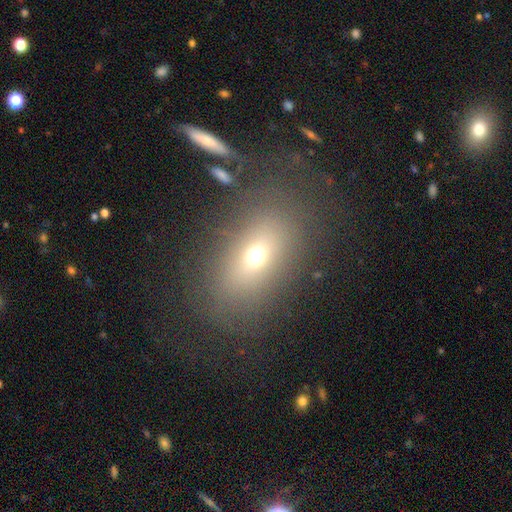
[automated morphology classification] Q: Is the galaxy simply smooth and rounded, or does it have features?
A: smooth — 63%.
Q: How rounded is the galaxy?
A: in between — 73%.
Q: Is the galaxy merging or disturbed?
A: none — 74%.